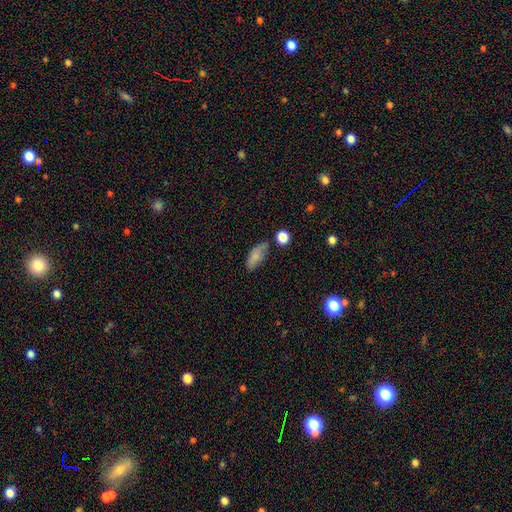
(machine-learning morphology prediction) Smooth or featured? Predicted: smooth (p=0.79). How rounded? Predicted: in between (p=0.84). Merging? Predicted: none (p=0.63).